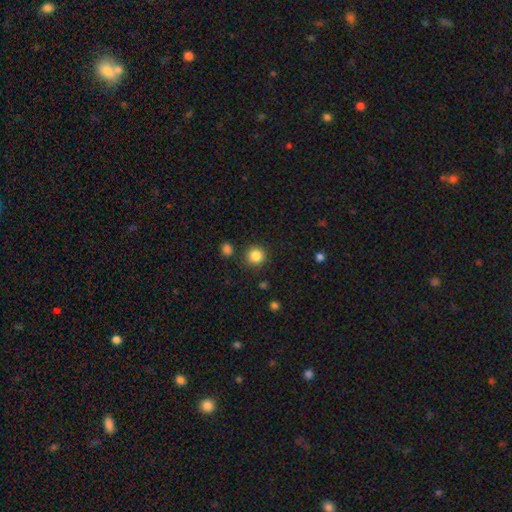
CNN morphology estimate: Overall: smooth (85%). How rounded: round (93%). Merging: none (87%).